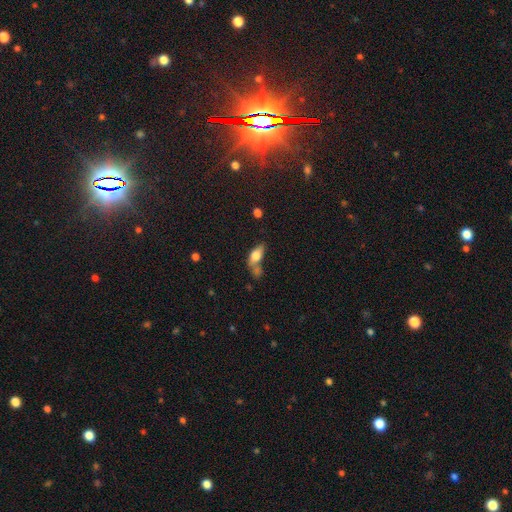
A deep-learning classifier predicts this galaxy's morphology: Smooth or featured?
  - smooth: 71% *
  - featured or disk: 21%
  - star or artifact: 8%
How rounded?
  - in between: 81% *
  - cigar-shaped: 13%
  - round: 6%
Merging?
  - merger: 35% *
  - none: 32%
  - minor disturbance: 20%
  - major disturbance: 13%